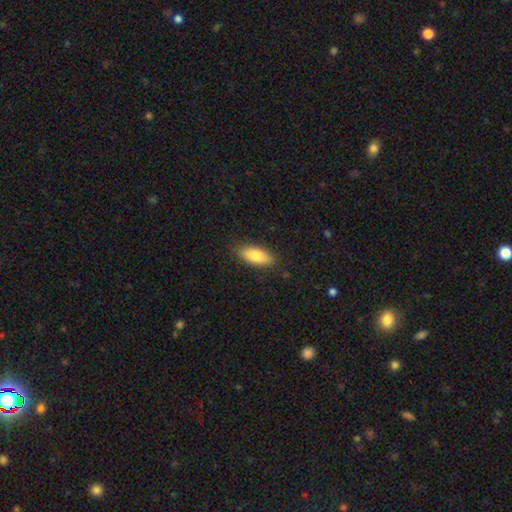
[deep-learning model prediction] Smooth or featured?
  - smooth: 80% *
  - featured or disk: 13%
  - star or artifact: 6%
How rounded?
  - in between: 78% *
  - cigar-shaped: 19%
  - round: 2%
Merging?
  - none: 86% *
  - minor disturbance: 11%
  - major disturbance: 2%
  - merger: 1%